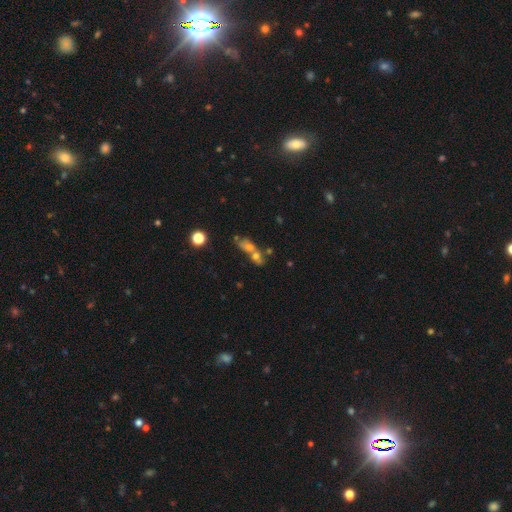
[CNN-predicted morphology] A smooth galaxy with no disk features (56%) that is in between round and cigar-shaped (49%).

Vote fractions:
- Smooth or featured? smooth: 56% / featured or disk: 26% / star or artifact: 18%
- How rounded? in between: 49% / round: 36% / cigar-shaped: 14%
- Merging? merger: 63% / none: 23% / minor disturbance: 8% / major disturbance: 7%